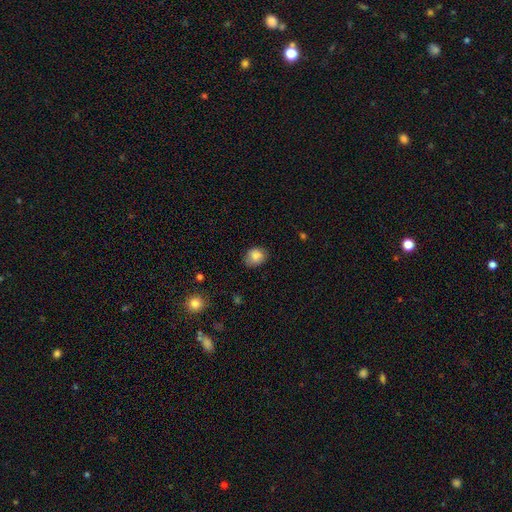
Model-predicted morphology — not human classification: Smooth or featured?
  - smooth: 85% *
  - star or artifact: 9%
  - featured or disk: 6%
How rounded?
  - round: 53% *
  - in between: 46%
  - cigar-shaped: 1%
Merging?
  - none: 77% *
  - minor disturbance: 18%
  - major disturbance: 3%
  - merger: 1%